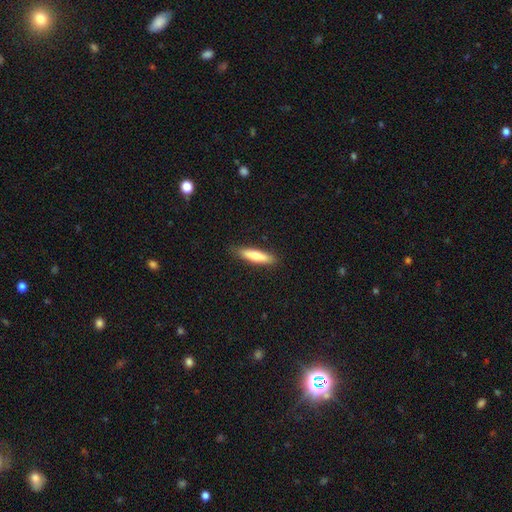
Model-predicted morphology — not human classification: This is likely a smooth galaxy (71%). How rounded: likely cigar-shaped (77%). Merging: clearly none (87%).